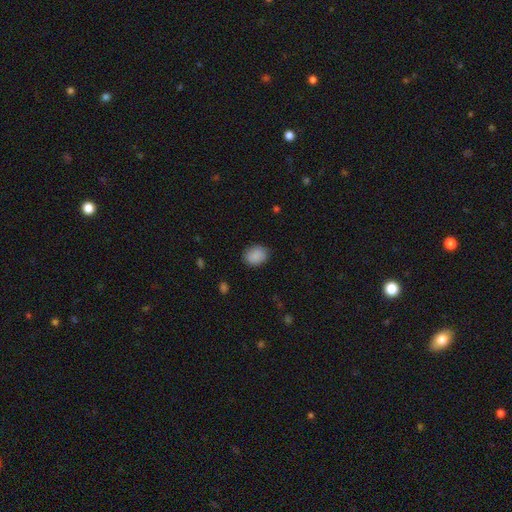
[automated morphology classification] This is clearly a smooth galaxy (89%). How rounded: possibly in between (58%). Merging: clearly none (85%).